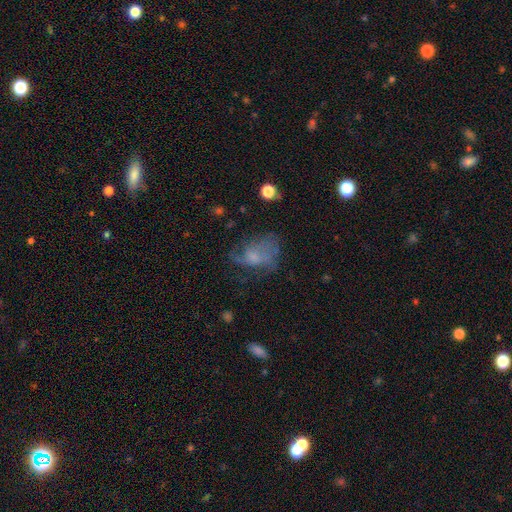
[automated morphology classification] This appears to be a featured or disk galaxy (44%). Merging: none (38%).